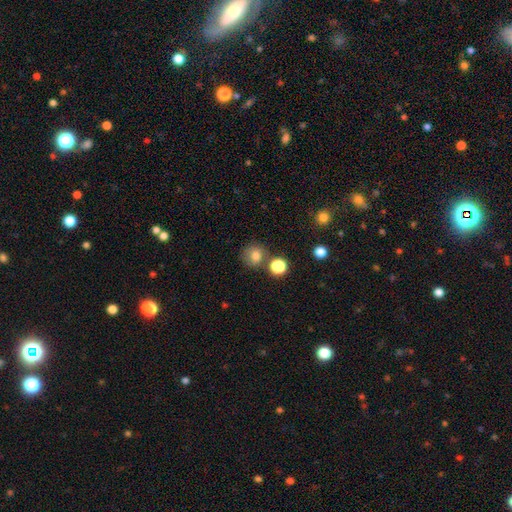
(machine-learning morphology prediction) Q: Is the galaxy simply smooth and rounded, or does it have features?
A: smooth — 79%.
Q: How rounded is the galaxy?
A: round — 85%.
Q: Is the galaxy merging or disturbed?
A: none — 70%.